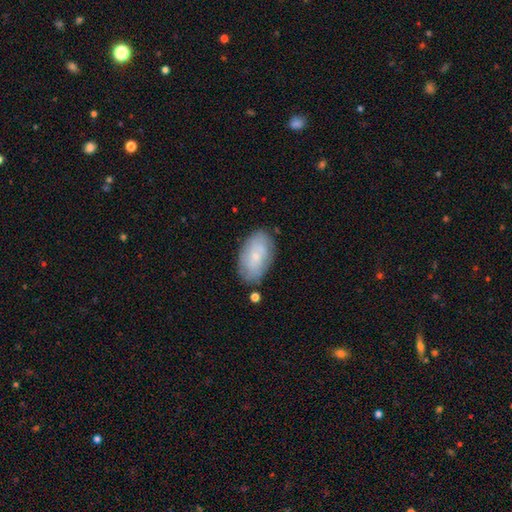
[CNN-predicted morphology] Smooth or featured? smooth (60%)
How rounded? in between (93%)
Merging? none (77%)